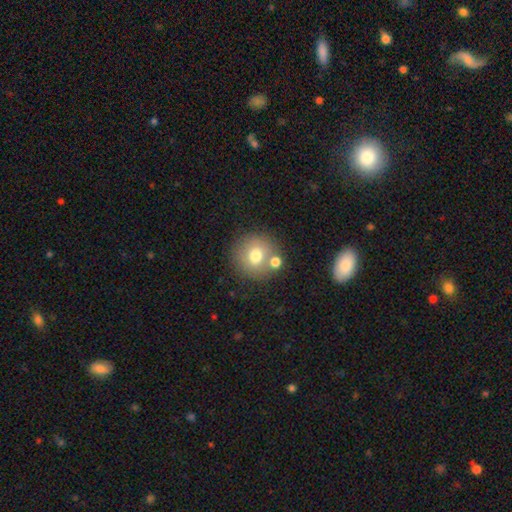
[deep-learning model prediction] The model was most divided on "merging": none: 70%, merger: 16%, minor disturbance: 10%, major disturbance: 4%. More confident: how rounded — round (91%); smooth or featured — smooth (71%).